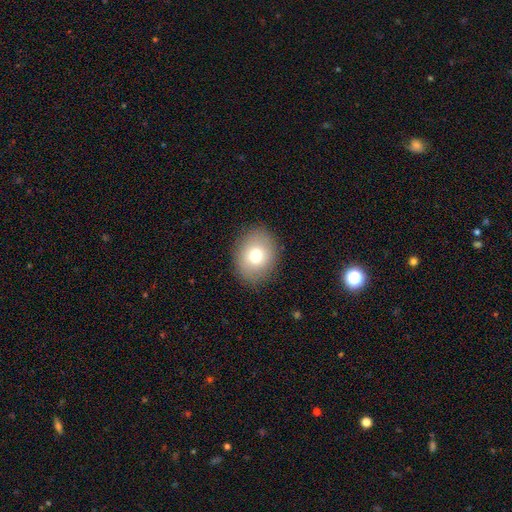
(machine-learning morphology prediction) Smooth or featured: smooth — 75% (featured or disk — 15%)
How rounded: in between — 53% (round — 46%)
Merging: none — 87% (minor disturbance — 9%)